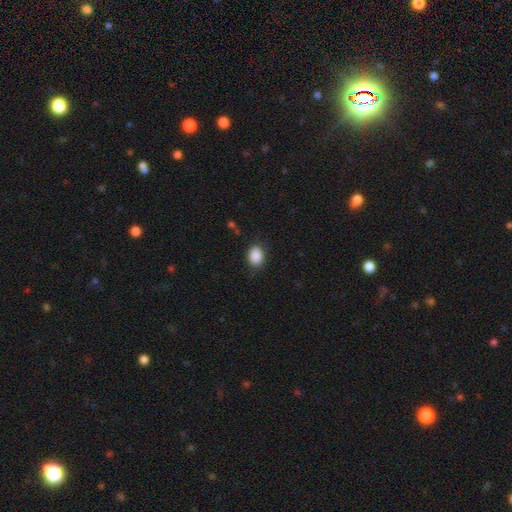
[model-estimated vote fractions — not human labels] A smooth galaxy with no disk features (88%) that is in between round and cigar-shaped (62%).

Vote fractions:
- Smooth or featured? smooth: 88% / star or artifact: 8% / featured or disk: 3%
- How rounded? in between: 62% / round: 37% / cigar-shaped: 1%
- Merging? none: 82% / minor disturbance: 13% / major disturbance: 4% / merger: 1%